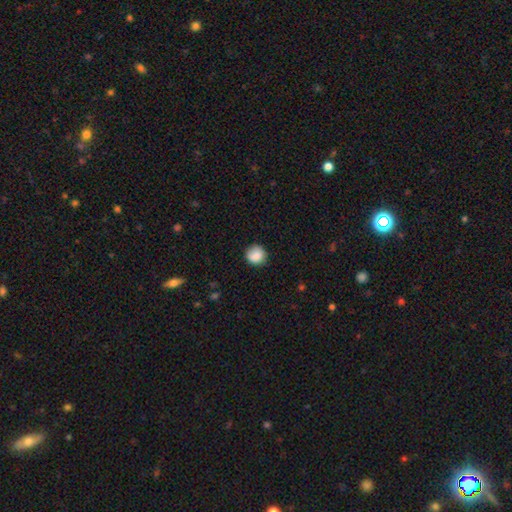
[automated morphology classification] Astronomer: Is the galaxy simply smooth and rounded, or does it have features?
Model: smooth — 85%.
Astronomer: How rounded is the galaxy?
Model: round — 90%.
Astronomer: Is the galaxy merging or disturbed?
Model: none — 79%.